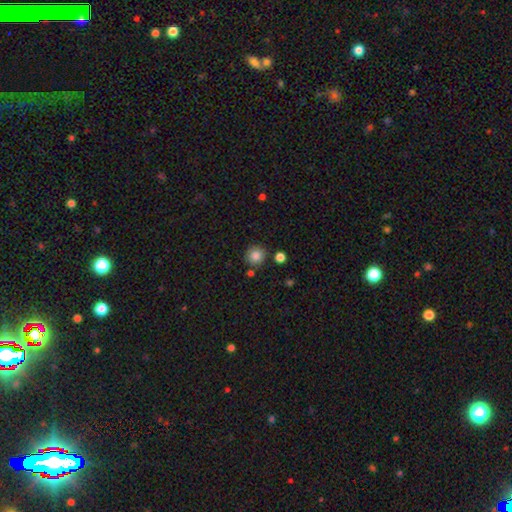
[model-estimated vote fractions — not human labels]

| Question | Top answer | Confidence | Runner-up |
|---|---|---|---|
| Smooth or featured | smooth | 84% | star or artifact (10%) |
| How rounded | round | 93% | in between (6%) |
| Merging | none | 83% | minor disturbance (9%) |